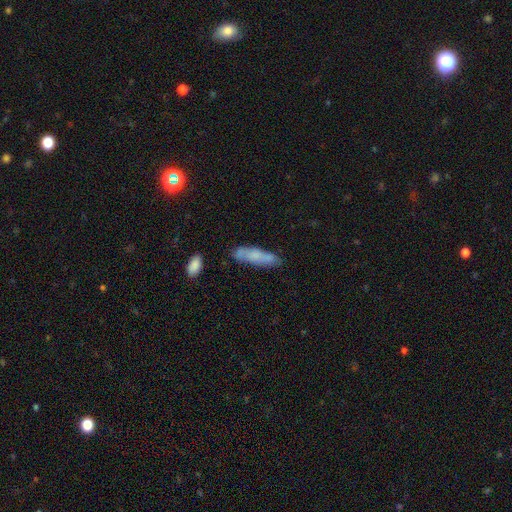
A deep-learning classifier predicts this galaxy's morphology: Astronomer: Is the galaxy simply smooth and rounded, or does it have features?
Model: smooth — 64%.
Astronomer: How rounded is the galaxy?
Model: cigar-shaped — 69%.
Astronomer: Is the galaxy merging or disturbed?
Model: none — 66%.